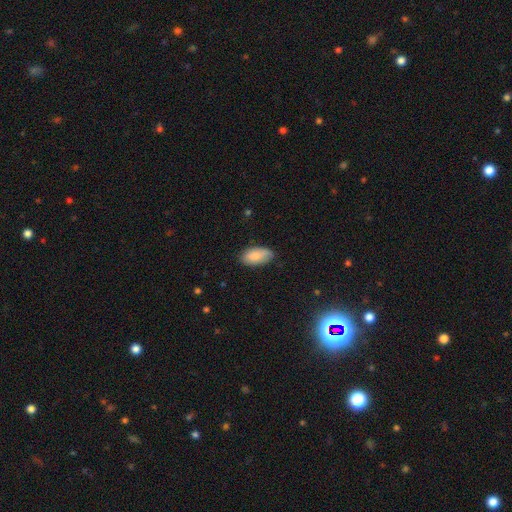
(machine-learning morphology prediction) smooth_or_featured: smooth (p=0.84) [alt: featured or disk p=0.10]
how_rounded: in between (p=0.94) [alt: cigar-shaped p=0.03]
merging: none (p=0.76) [alt: minor disturbance p=0.20]